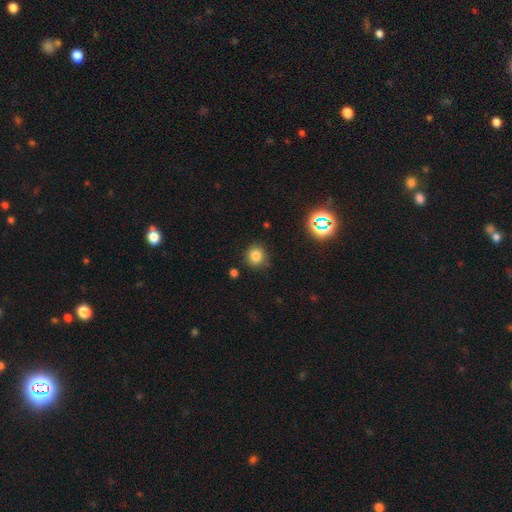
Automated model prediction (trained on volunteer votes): A smooth galaxy with no disk features (78%) that is round (88%). Merging: none (85%).